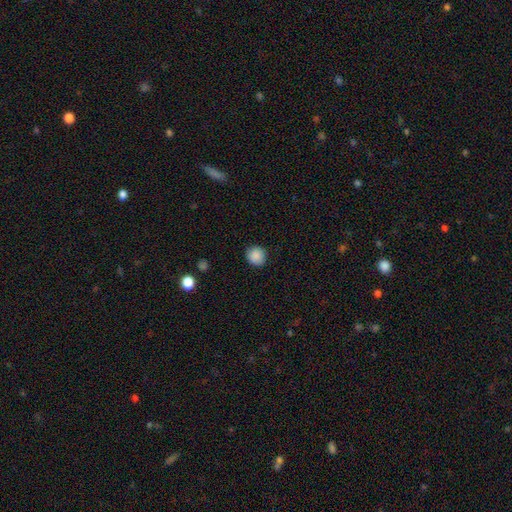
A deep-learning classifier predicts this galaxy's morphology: type=smooth (88%); roundness=round (91%); merging=none (90%).